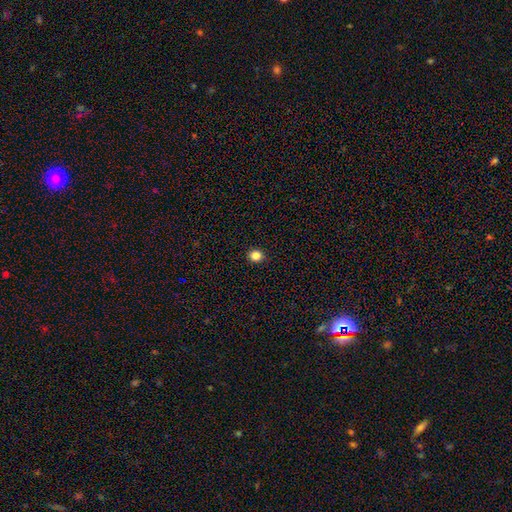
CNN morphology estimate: Overall: smooth (85%). How rounded: round (84%). Merging: none (93%).